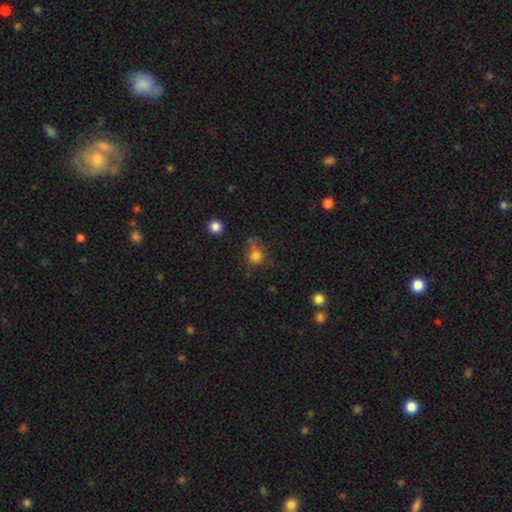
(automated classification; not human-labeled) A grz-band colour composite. It shows a smooth galaxy with no disk features (73%) that is round (81%). Merging: none (53%).